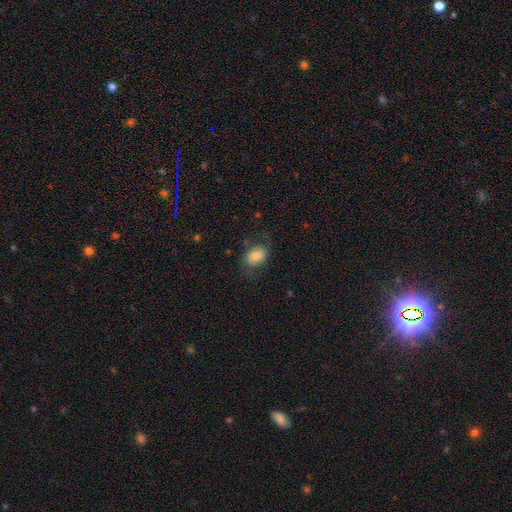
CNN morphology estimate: Smooth or featured?
  - smooth: 71% *
  - featured or disk: 21%
  - star or artifact: 8%
How rounded?
  - in between: 72% *
  - round: 26%
  - cigar-shaped: 1%
Merging?
  - none: 63% *
  - minor disturbance: 22%
  - major disturbance: 13%
  - merger: 1%